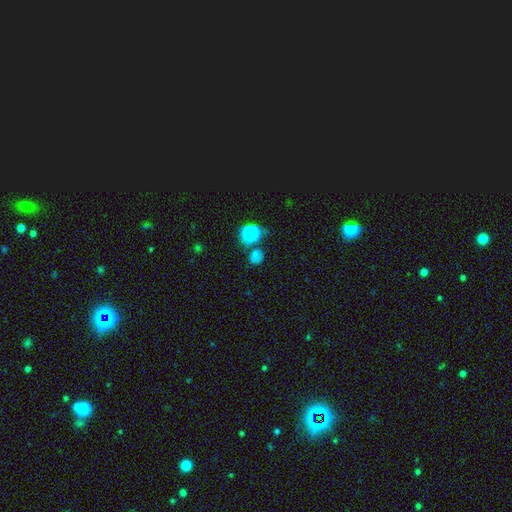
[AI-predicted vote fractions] Smooth or featured? smooth (69%)
How rounded? round (77%)
Merging? none (61%)